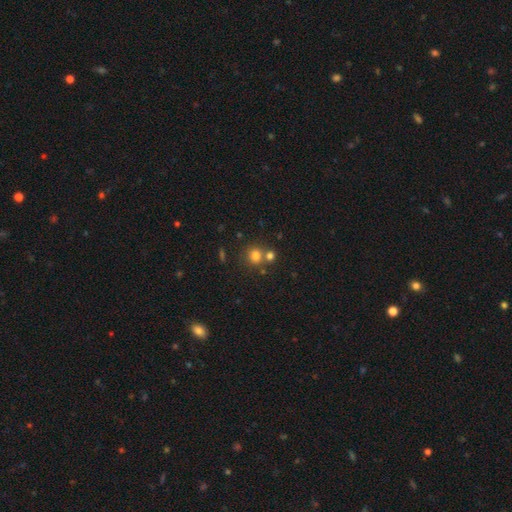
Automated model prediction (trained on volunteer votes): This appears to be a smooth galaxy with no disk features (77%) that is round (84%). Merging: none (58%).